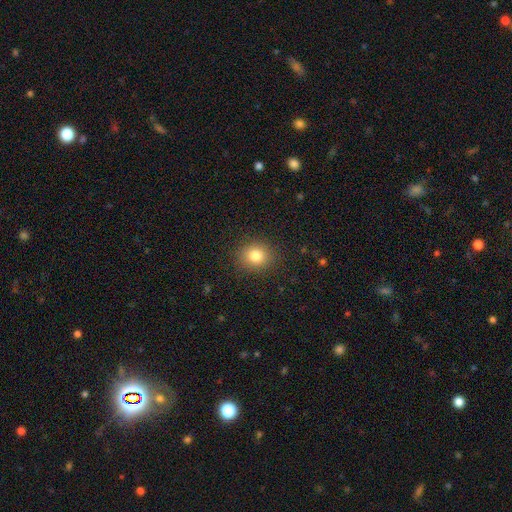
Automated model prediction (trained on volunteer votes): Overall: smooth (82%). How rounded: round (72%). Merging: none (88%).